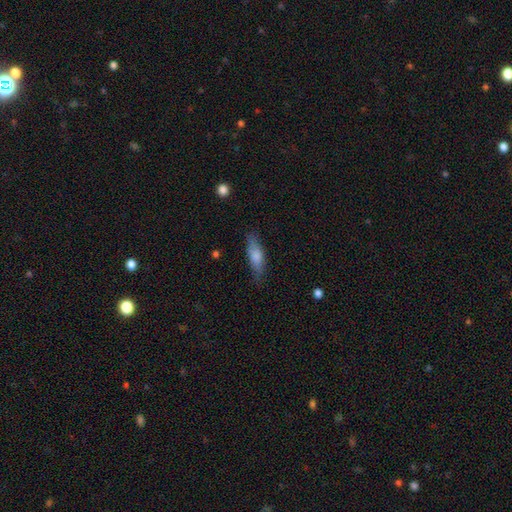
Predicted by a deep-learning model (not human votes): Morphology: type=smooth (71%); roundness=in between (50%); merging=none (75%).